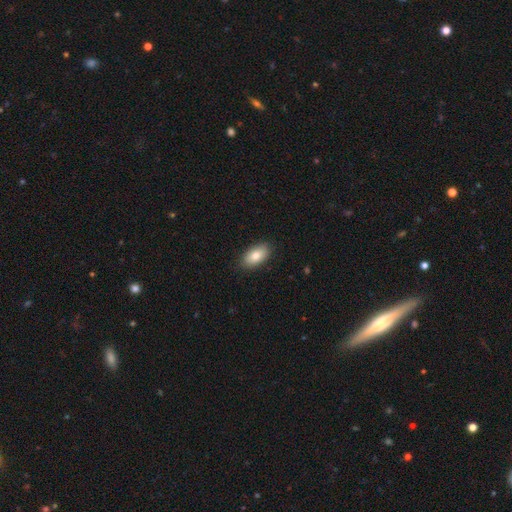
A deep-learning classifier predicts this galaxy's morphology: Overall: smooth (81%). How rounded: in between (92%). Merging: none (88%).